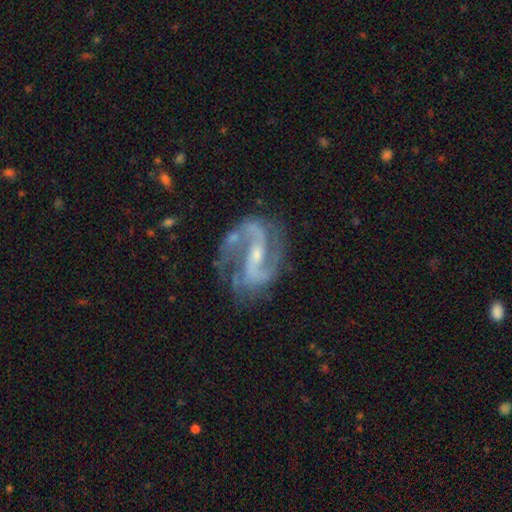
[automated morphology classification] This appears to be a featured or disk galaxy (91%) with a strong bar (39%, tied with weak), 2 (89%) medium (54%) spiral arms (98%) and a small central bulge (63%). Merging: none (65%).